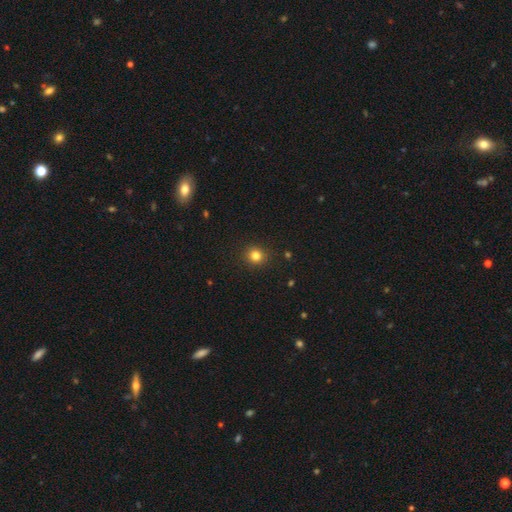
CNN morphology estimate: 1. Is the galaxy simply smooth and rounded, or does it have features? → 81% smooth, 13% star or artifact, 6% featured or disk.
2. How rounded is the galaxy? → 89% round, 10% in between, 1% cigar-shaped.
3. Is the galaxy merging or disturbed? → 91% none, 6% minor disturbance, 2% major disturbance, 1% merger.